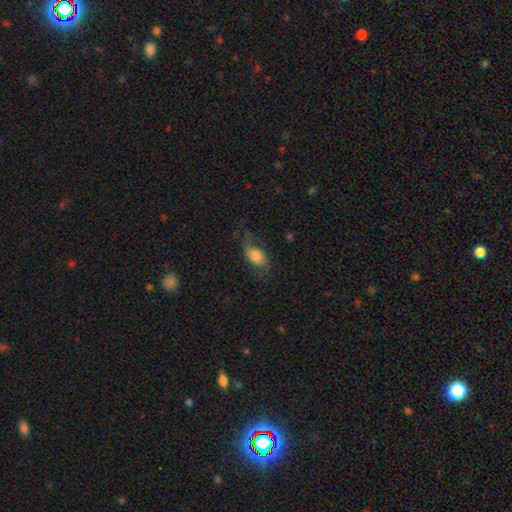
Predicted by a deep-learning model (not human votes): Smooth or featured? smooth (64%)
How rounded? in between (88%)
Merging? none (51%)